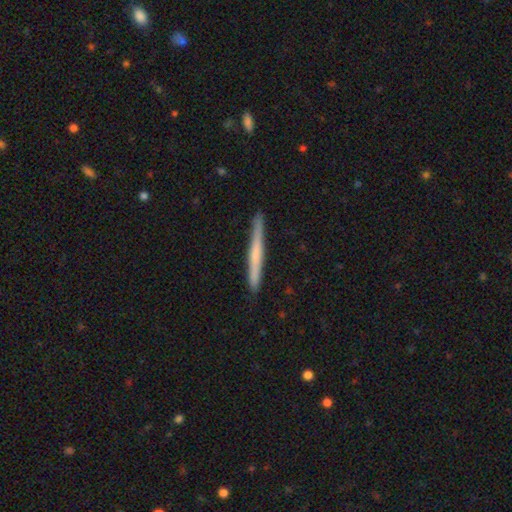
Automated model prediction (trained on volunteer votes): The model was most divided on "smooth or featured": smooth: 51%, featured or disk: 44%, star or artifact: 5%. More confident: how rounded — cigar-shaped (97%); merging — none (90%).